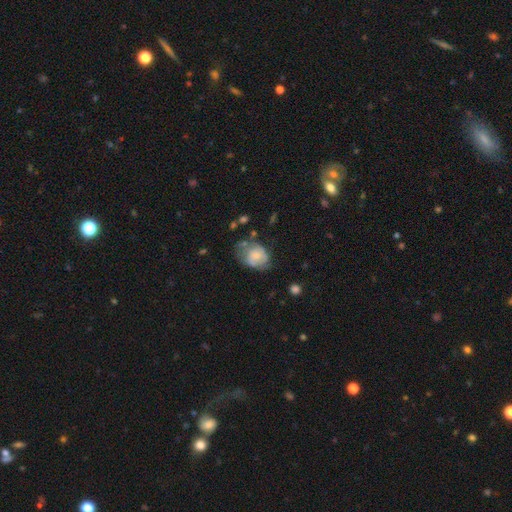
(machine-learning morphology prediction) smooth_or_featured: smooth (p=0.49) [alt: featured or disk p=0.43]
merging: none (p=0.40) [alt: minor disturbance p=0.33]